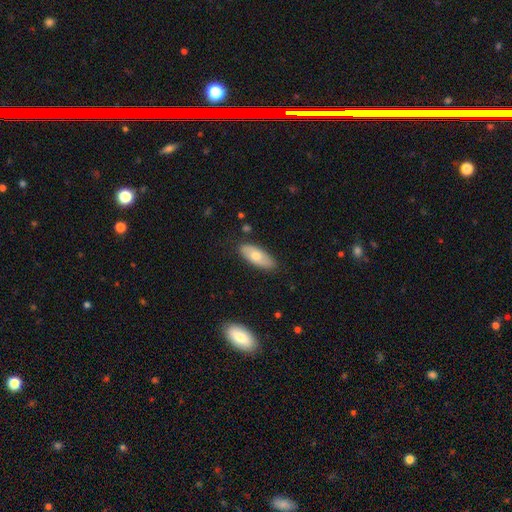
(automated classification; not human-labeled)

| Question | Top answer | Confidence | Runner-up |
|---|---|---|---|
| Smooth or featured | smooth | 66% | featured or disk (28%) |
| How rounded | in between | 82% | cigar-shaped (15%) |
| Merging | none | 85% | minor disturbance (12%) |